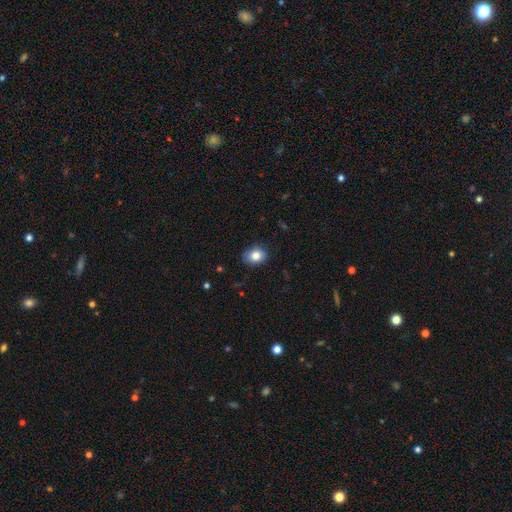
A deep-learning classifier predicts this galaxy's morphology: smooth-or-featured: smooth: 81% | star or artifact: 9% | featured or disk: 9%
  how-rounded: in between: 59% | round: 40% | cigar-shaped: 1%
  merging: none: 84% | minor disturbance: 13% | major disturbance: 2% | merger: 1%